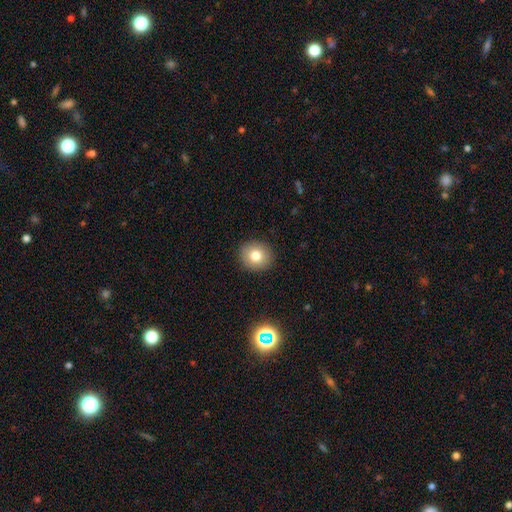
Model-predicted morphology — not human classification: Smooth or featured: smooth — 79% (featured or disk — 11%)
How rounded: round — 78% (in between — 21%)
Merging: none — 90% (minor disturbance — 7%)